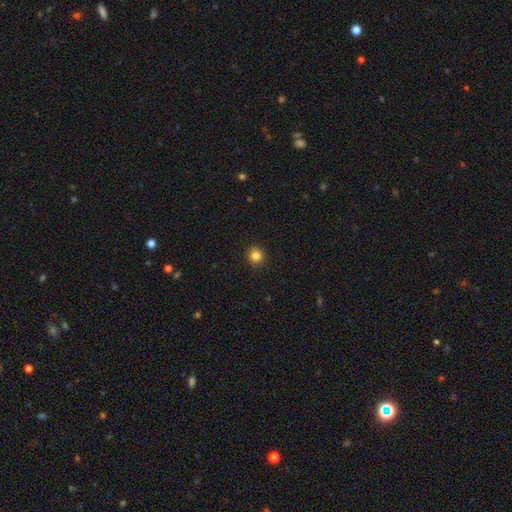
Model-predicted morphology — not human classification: Smooth or featured?
  - smooth: 84% *
  - star or artifact: 12%
  - featured or disk: 4%
How rounded?
  - round: 94% *
  - in between: 5%
  - cigar-shaped: 1%
Merging?
  - none: 92% *
  - minor disturbance: 5%
  - major disturbance: 2%
  - merger: 1%